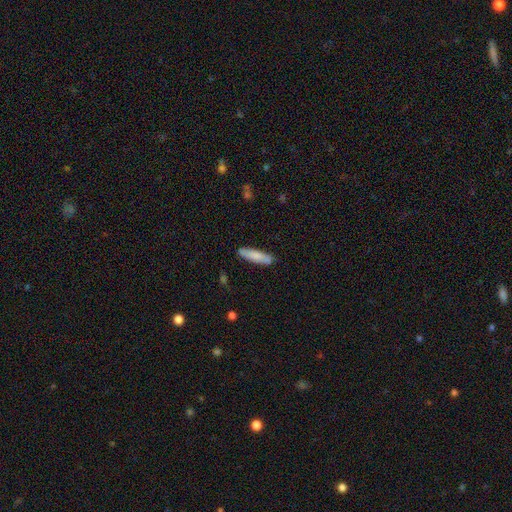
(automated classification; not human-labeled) smooth-or-featured: smooth: 78% | featured or disk: 16% | star or artifact: 6%
  how-rounded: cigar-shaped: 79% | in between: 20% | round: 1%
  merging: none: 82% | minor disturbance: 13% | merger: 3% | major disturbance: 2%